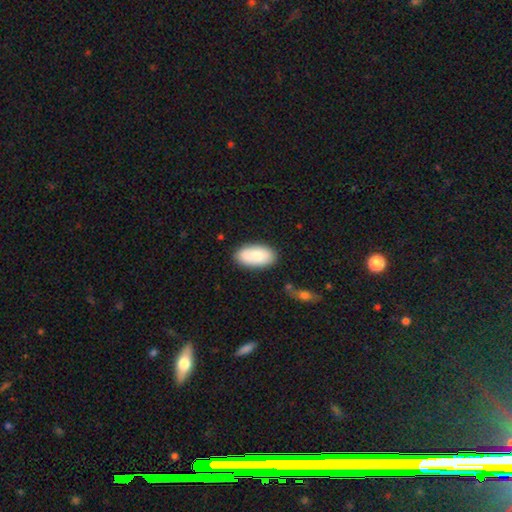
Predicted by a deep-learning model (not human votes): A smooth galaxy with no disk features (80%) that is in between round and cigar-shaped (95%). Merging: none (81%).